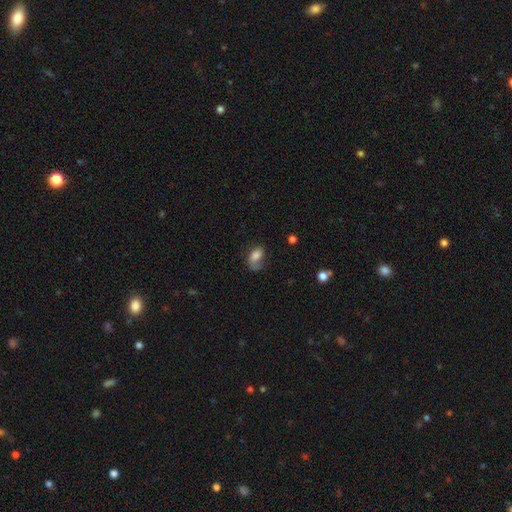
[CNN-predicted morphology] The model was most divided on "merging": none: 40%, minor disturbance: 29%, major disturbance: 27%, merger: 4%. More confident: how rounded — in between (87%); smooth or featured — smooth (72%).